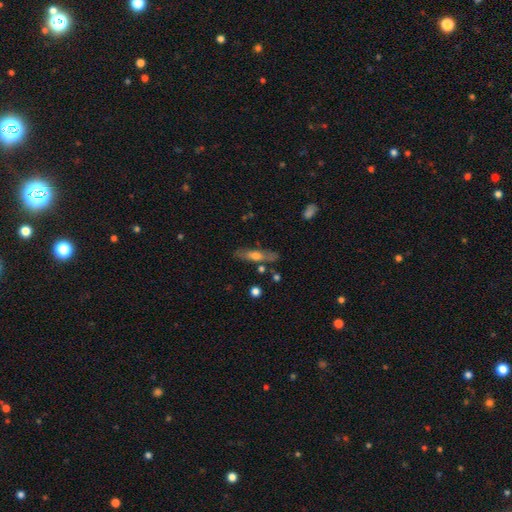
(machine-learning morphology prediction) The model was most divided on "smooth or featured": smooth: 49%, featured or disk: 44%, star or artifact: 7%. More confident: merging — none (77%).